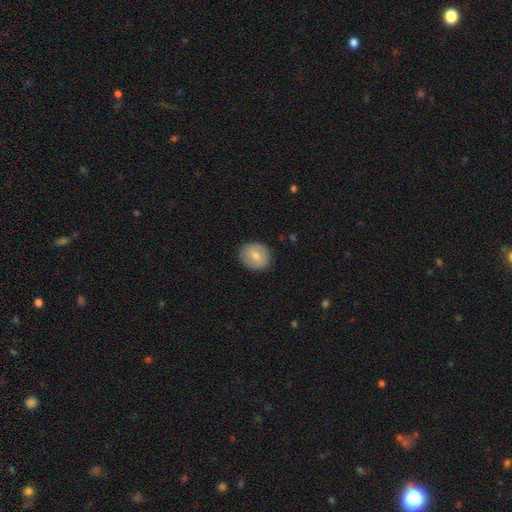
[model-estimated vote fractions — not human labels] smooth_or_featured: smooth (p=0.71) [alt: featured or disk p=0.21]
how_rounded: round (p=0.74) [alt: in between p=0.25]
merging: none (p=0.88) [alt: minor disturbance p=0.09]